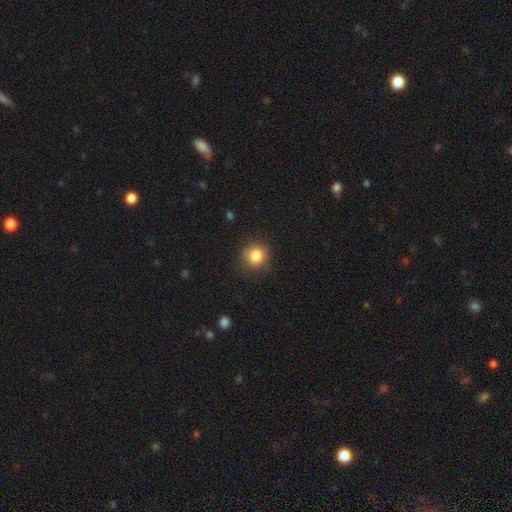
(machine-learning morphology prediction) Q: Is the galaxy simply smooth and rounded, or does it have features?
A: smooth — 83%.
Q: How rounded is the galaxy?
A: round — 90%.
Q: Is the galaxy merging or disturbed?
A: none — 83%.